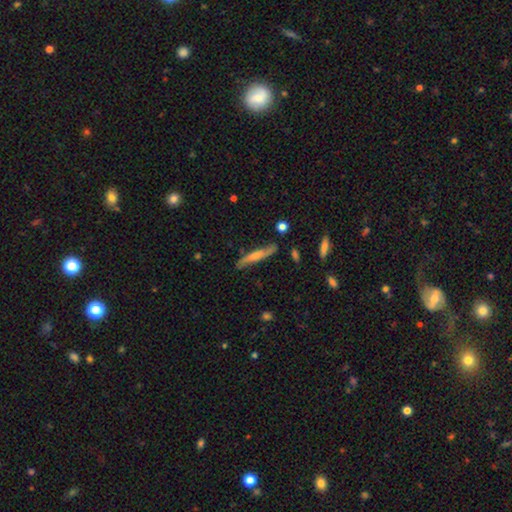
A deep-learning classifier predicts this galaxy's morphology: This appears to be a smooth galaxy with no disk features (51%) that is cigar-shaped (90%). Merging: none (77%).